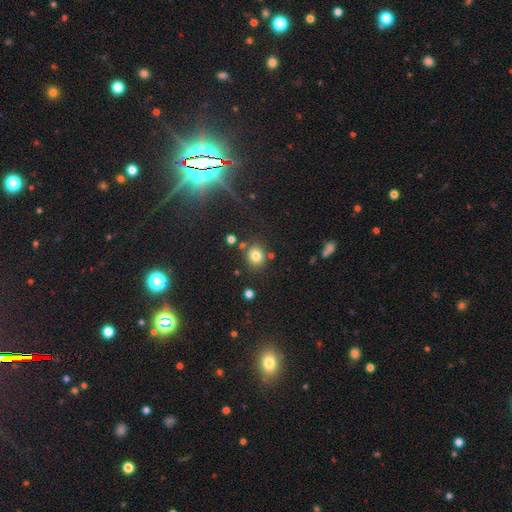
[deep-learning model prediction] This is likely a smooth galaxy (79%). How rounded: likely round (78%). Merging: likely none (78%).